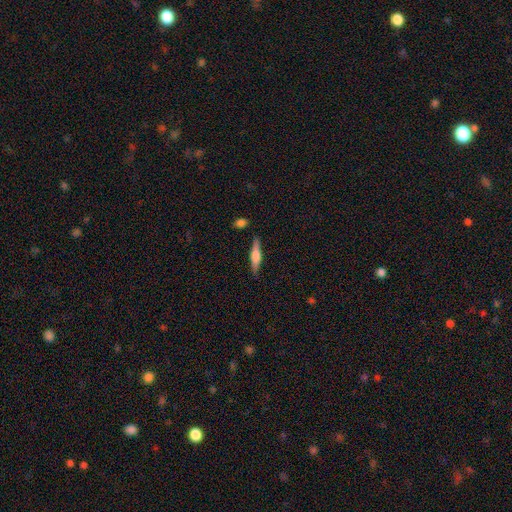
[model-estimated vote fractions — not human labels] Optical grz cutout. It shows a featured or disk galaxy (48%). Merging: none (84%).